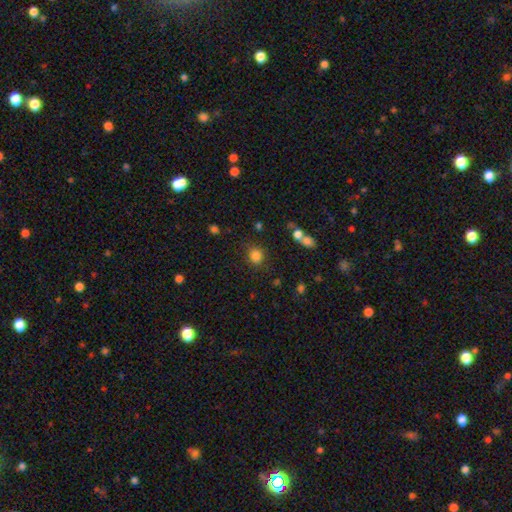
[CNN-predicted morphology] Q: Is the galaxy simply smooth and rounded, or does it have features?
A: smooth — 83%.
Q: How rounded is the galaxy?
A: round — 76%.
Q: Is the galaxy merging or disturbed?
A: none — 80%.